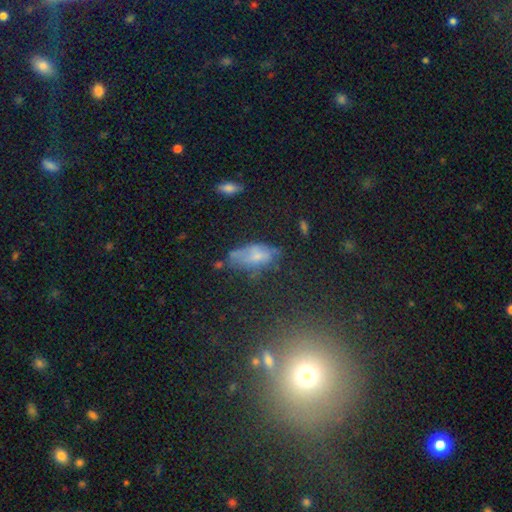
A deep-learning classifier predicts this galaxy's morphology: A smooth galaxy with no disk features (53%) that is in between round and cigar-shaped (83%).

Vote fractions:
- Smooth or featured? smooth: 53% / featured or disk: 27% / star or artifact: 20%
- How rounded? in between: 83% / cigar-shaped: 12% / round: 5%
- Merging? none: 45% / minor disturbance: 30% / major disturbance: 19% / merger: 7%